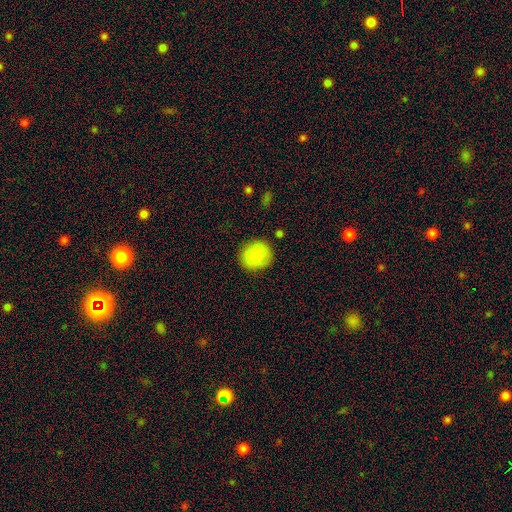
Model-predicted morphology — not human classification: Q: Smooth or featured?
A: smooth (79%); runner-up: featured or disk (14%)
Q: How rounded?
A: round (84%); runner-up: in between (15%)
Q: Merging?
A: none (85%); runner-up: minor disturbance (11%)